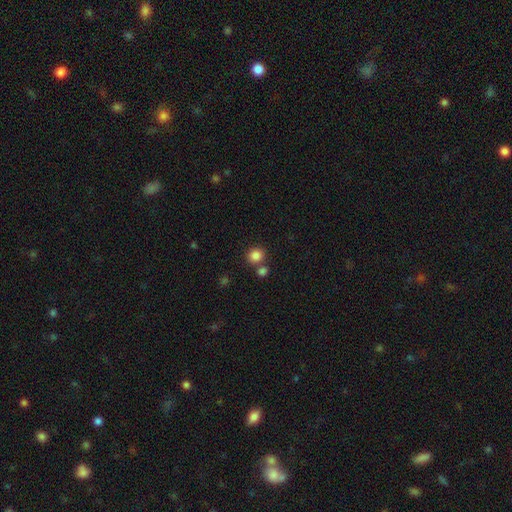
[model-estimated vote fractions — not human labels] A smooth galaxy with no disk features (84%) that is round (83%). Merging: none (69%).